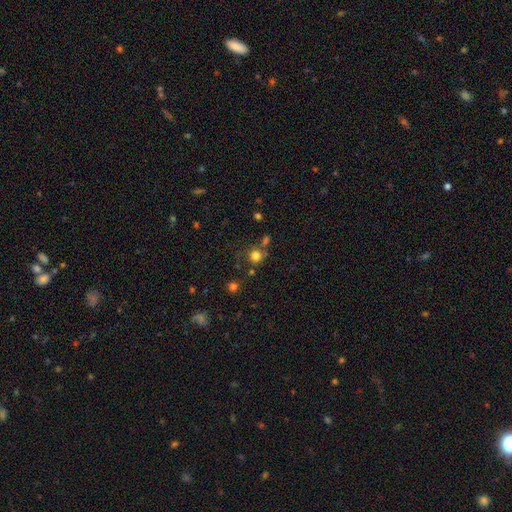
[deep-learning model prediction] A smooth galaxy with no disk features (78%) that is round (90%). Merging: none (68%).